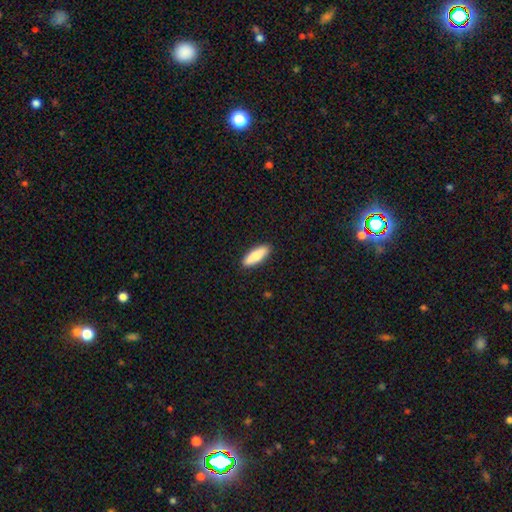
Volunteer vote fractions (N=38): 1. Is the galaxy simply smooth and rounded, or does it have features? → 74% smooth, 24% featured or disk, 3% star or artifact.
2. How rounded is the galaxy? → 57% in between, 39% cigar-shaped, 4% round.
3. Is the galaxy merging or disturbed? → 97% none, 3% major disturbance, 0% minor disturbance, 0% merger.